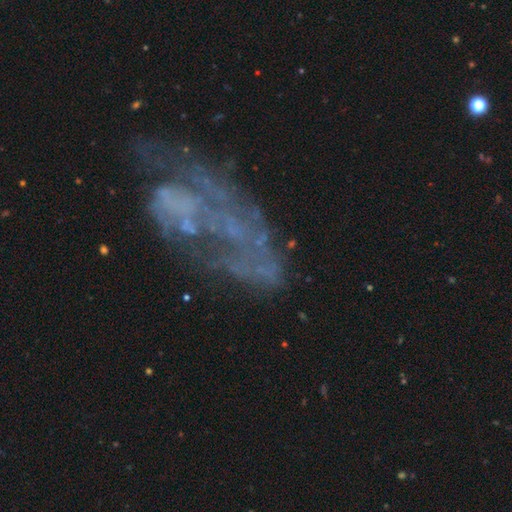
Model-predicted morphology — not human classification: The model was most divided on "merging": none: 38%, major disturbance: 36%, minor disturbance: 20%, merger: 7%. More confident: edge-on disk — no (95%); bar — no (85%); bulge size — none (80%); smooth or featured — featured or disk (68%); spiral arms — no (62%).